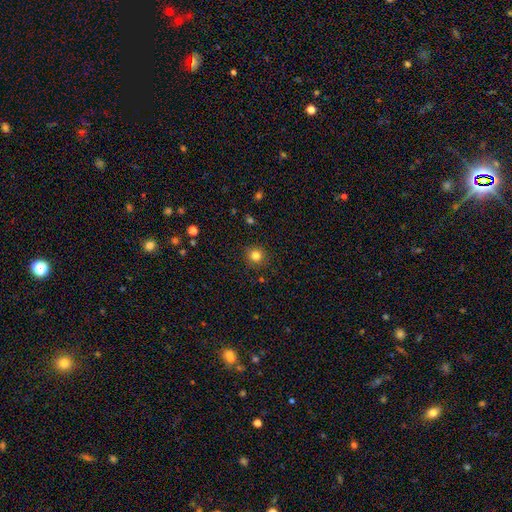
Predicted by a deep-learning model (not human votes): Morphology: type=smooth (82%); roundness=round (92%); merging=none (89%).